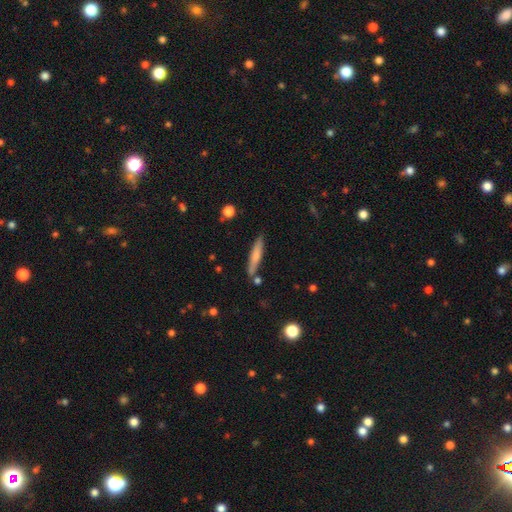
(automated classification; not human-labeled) A smooth galaxy with no disk features (67%) that is cigar-shaped (90%). Merging: none (80%).